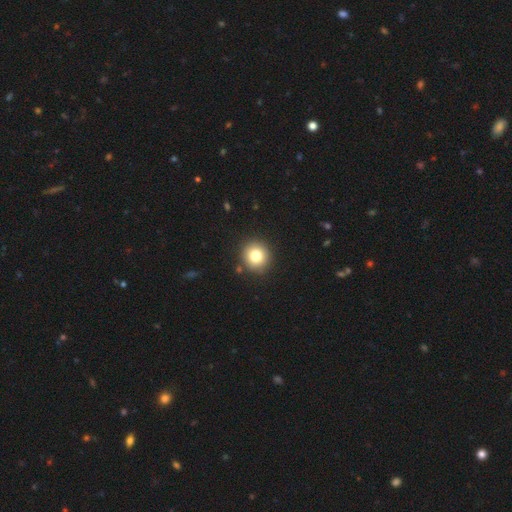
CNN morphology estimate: This appears to be a smooth galaxy with no disk features (80%) that is round (91%). Merging: none (89%).